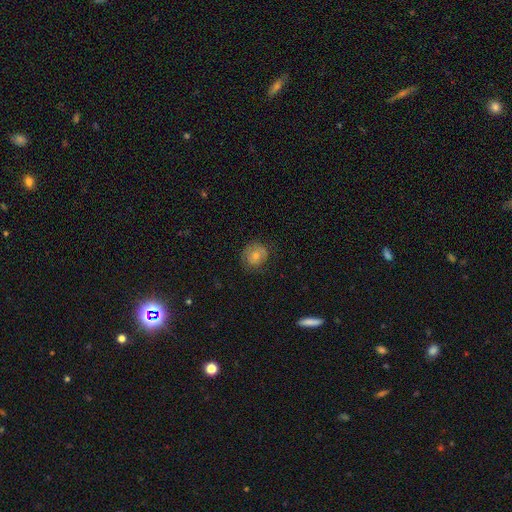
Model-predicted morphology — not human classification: smooth-or-featured: smooth: 55% | featured or disk: 30% | star or artifact: 14%
  how-rounded: round: 80% | in between: 18% | cigar-shaped: 1%
  merging: none: 77% | minor disturbance: 16% | major disturbance: 5% | merger: 1%